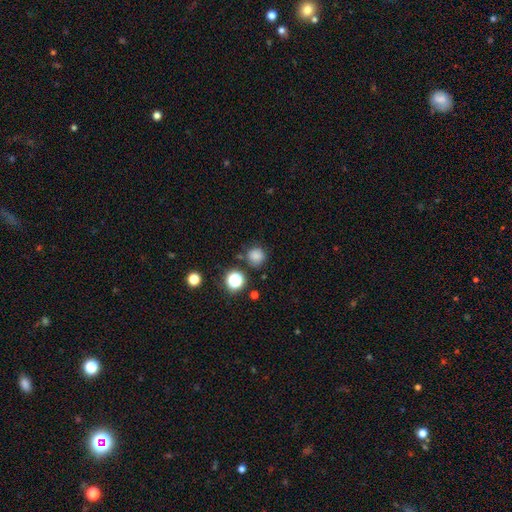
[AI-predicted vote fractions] Morphology: type=smooth (80%); roundness=round (93%); merging=none (80%).